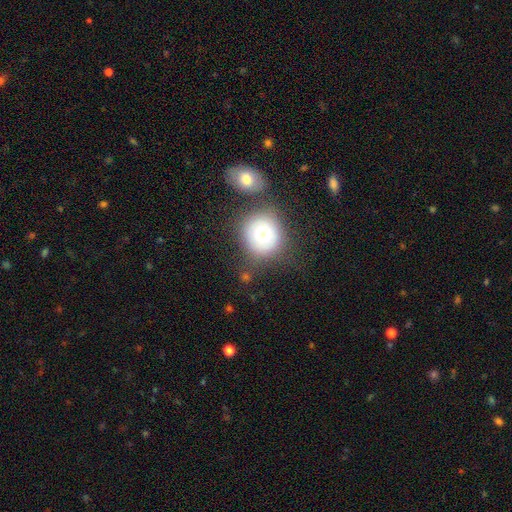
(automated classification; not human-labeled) A smooth galaxy with no disk features (68%) that is round (87%).

Vote fractions:
- Smooth or featured? smooth: 68% / featured or disk: 20% / star or artifact: 13%
- How rounded? round: 87% / in between: 12% / cigar-shaped: 1%
- Merging? none: 65% / merger: 15% / minor disturbance: 13% / major disturbance: 6%